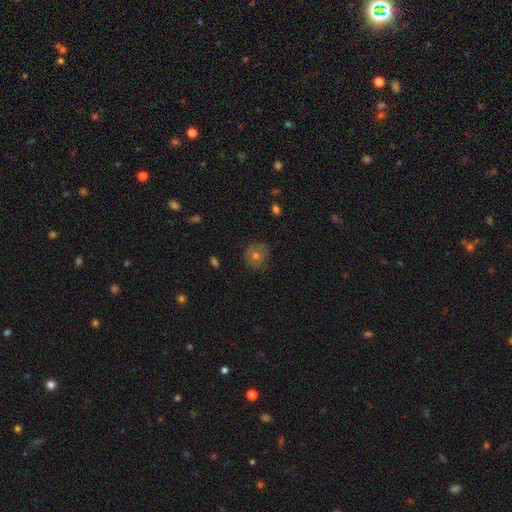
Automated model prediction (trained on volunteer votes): Smooth or featured? smooth (59%)
How rounded? round (89%)
Merging? none (80%)